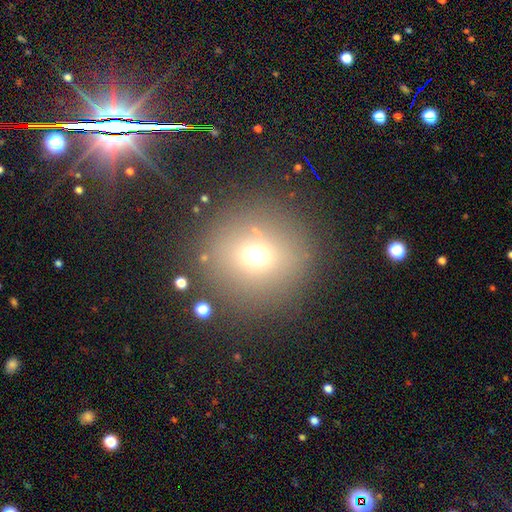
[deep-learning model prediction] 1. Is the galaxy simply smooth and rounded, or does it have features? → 62% smooth, 27% star or artifact, 11% featured or disk.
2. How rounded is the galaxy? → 93% round, 6% in between, 1% cigar-shaped.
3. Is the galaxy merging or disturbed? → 85% none, 8% minor disturbance, 4% major disturbance, 4% merger.